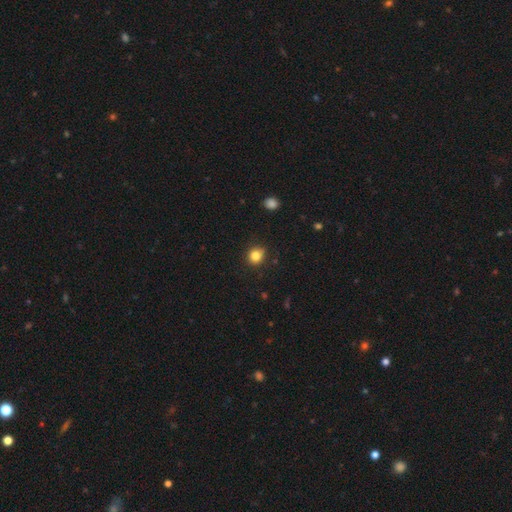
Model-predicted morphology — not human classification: This is clearly a smooth galaxy (83%). How rounded: clearly round (82%). Merging: clearly none (87%).